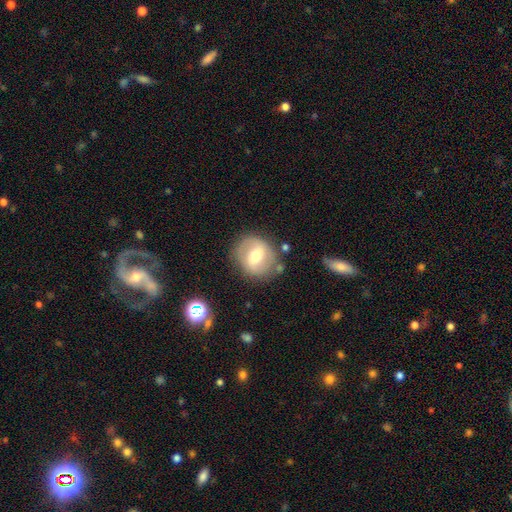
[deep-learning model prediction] Morphology: type=featured or disk (51%); edge-on=no (93%); merging=none (76%).